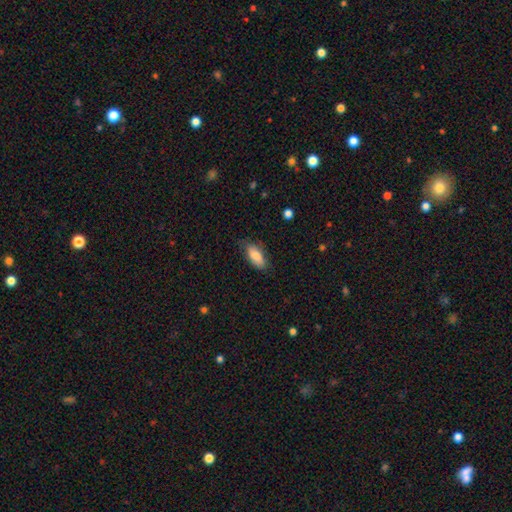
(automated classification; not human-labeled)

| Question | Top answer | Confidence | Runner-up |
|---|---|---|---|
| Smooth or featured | smooth | 83% | featured or disk (11%) |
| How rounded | in between | 86% | cigar-shaped (11%) |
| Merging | none | 71% | minor disturbance (23%) |